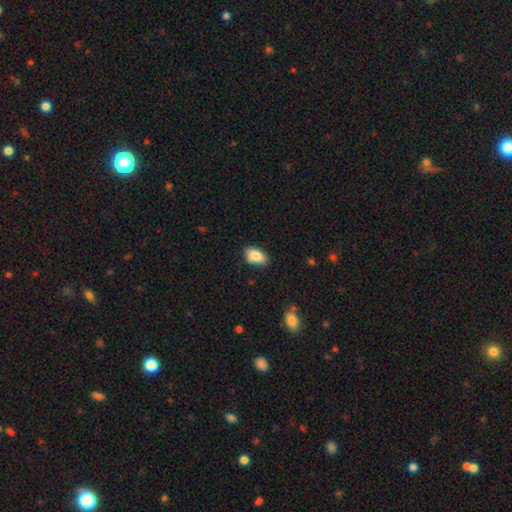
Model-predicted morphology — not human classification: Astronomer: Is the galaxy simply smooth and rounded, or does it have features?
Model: smooth — 85%.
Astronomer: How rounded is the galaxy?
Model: in between — 92%.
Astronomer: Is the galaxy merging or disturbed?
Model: none — 76%.